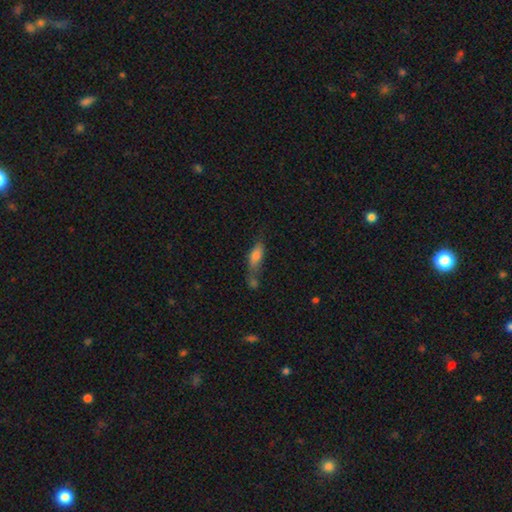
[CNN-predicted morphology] This is likely a smooth galaxy (75%). How rounded: likely in between (69%). Merging: marginally none (36%).